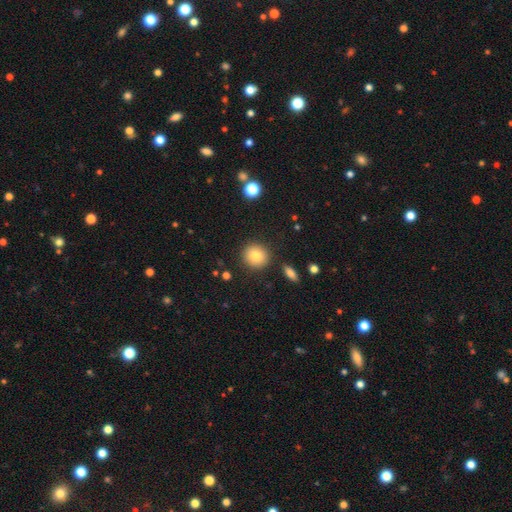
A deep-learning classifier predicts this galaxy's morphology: This is likely a smooth galaxy (79%). How rounded: clearly round (91%). Merging: clearly none (89%).